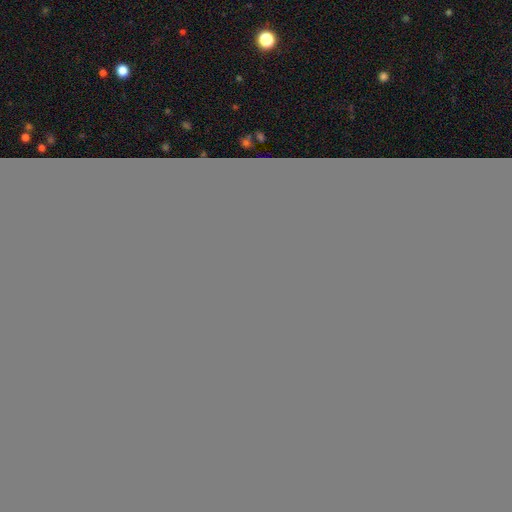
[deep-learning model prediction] Smooth or featured? smooth (87%)
How rounded? round (92%)
Merging? none (89%)